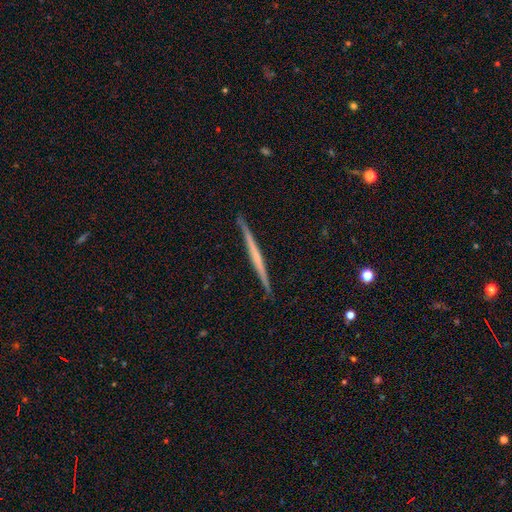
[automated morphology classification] featured or disk 64%, smooth 30%, star or artifact 6%. Down the decision tree: edge-on disk — yes (98%); edge-on bulge — none (77%); merging — none (91%).